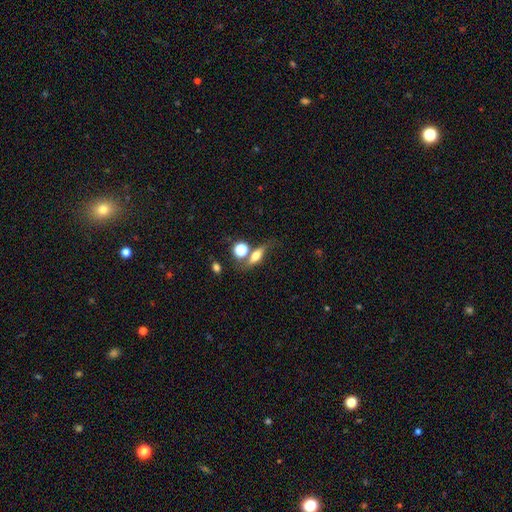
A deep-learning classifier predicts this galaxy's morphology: Q: Smooth or featured?
A: smooth (56%); runner-up: featured or disk (32%)
Q: How rounded?
A: in between (50%); runner-up: cigar-shaped (31%)
Q: Merging?
A: none (54%); runner-up: merger (21%)